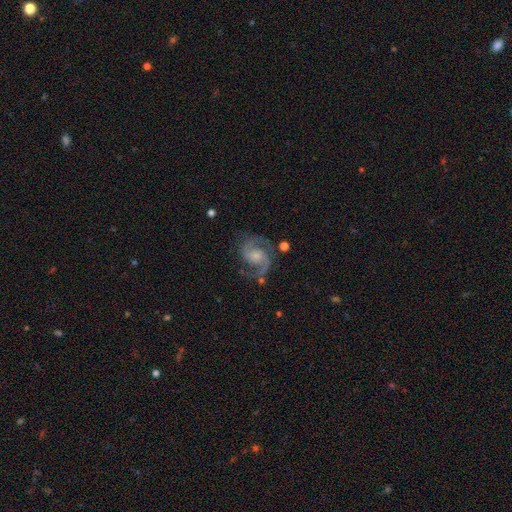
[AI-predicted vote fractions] smooth-or-featured: featured or disk: 90% | star or artifact: 6% | smooth: 5%
  disk-edge-on: no: 98% | yes: 2%
    bar: no: 63% | weak: 31% | strong: 7%
    has-spiral-arms: yes: 98% | no: 2%
      spiral-winding: medium: 60% | tight: 21% | loose: 18%
      spiral-arm-count: 2: 91% | 3: 3% | can't tell: 2% | 1: 2% | 4: 1% | more than 4: 1%
    bulge-size: small: 58% | moderate: 26% | none: 12% | large: 3% | dominant: 1%
  merging: none: 73% | minor disturbance: 16% | major disturbance: 8% | merger: 3%